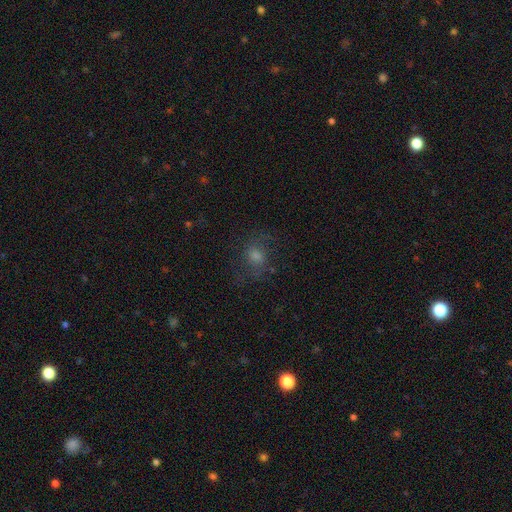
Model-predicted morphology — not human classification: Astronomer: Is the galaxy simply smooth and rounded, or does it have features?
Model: smooth — 41% (runner-up: featured or disk, 35%).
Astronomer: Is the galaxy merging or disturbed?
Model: none — 67%.